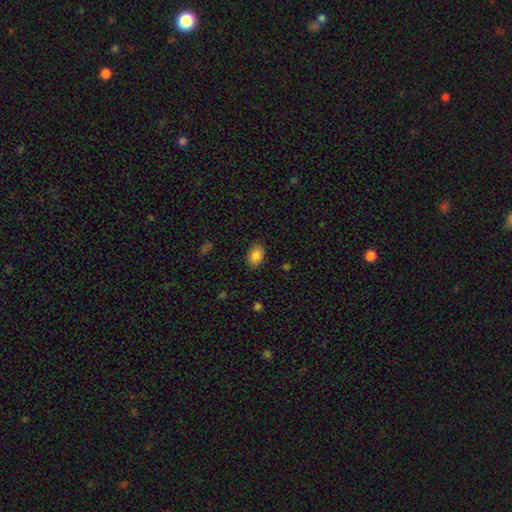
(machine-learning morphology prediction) smooth 86%, star or artifact 8%, featured or disk 6%. Down the decision tree: how rounded — in between (82%); merging — none (85%).